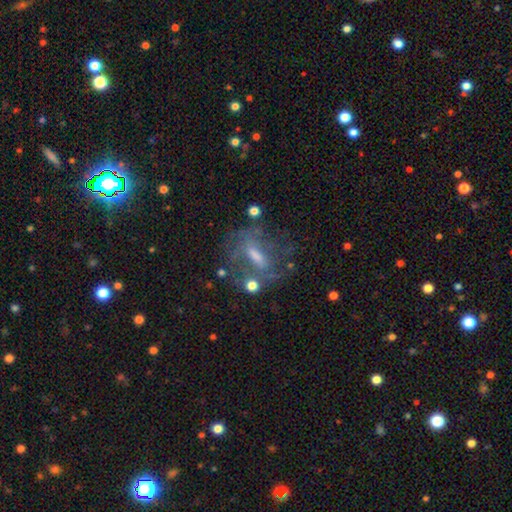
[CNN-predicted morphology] Overall: featured or disk (63%; smooth 23%). Edge-on disk: no (89%). Bar: weak (44%; strong 31%). Spiral arms: yes (57%; no 43%). Bulge size: moderate (42%; small 32%). Merging: none (54%; major disturbance 20%).